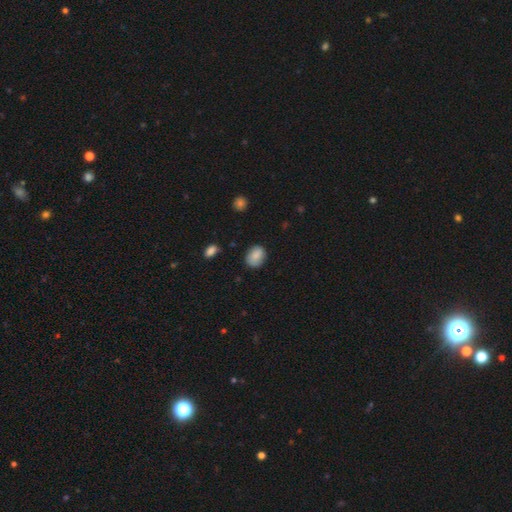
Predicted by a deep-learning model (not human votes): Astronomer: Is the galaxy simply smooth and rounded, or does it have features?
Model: smooth — 82%.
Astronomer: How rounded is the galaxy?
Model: in between — 59% (runner-up: round, 40%).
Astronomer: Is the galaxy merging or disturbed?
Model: none — 76%.